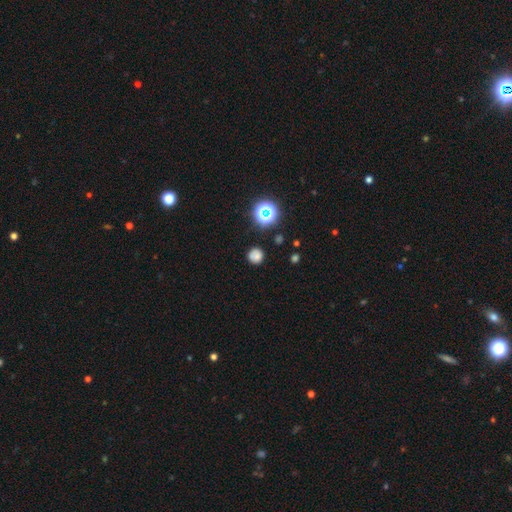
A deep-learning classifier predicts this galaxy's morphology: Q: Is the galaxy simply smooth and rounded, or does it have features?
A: smooth — 72%.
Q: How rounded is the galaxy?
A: round — 91%.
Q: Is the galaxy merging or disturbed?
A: none — 82%.